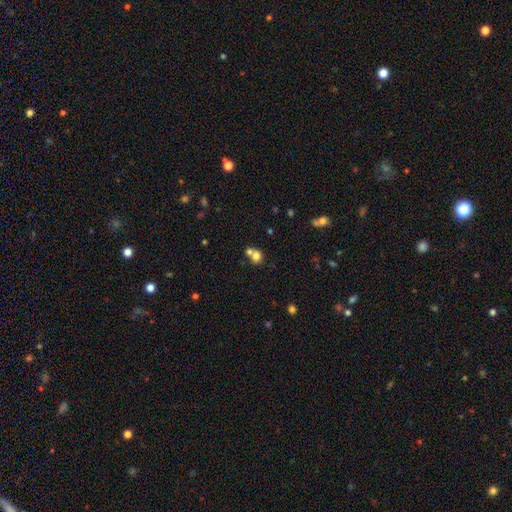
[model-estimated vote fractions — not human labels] Smooth or featured?
  - smooth: 74% *
  - star or artifact: 13%
  - featured or disk: 13%
How rounded?
  - round: 71% *
  - in between: 28%
  - cigar-shaped: 1%
Merging?
  - merger: 50% *
  - none: 39%
  - minor disturbance: 8%
  - major disturbance: 4%